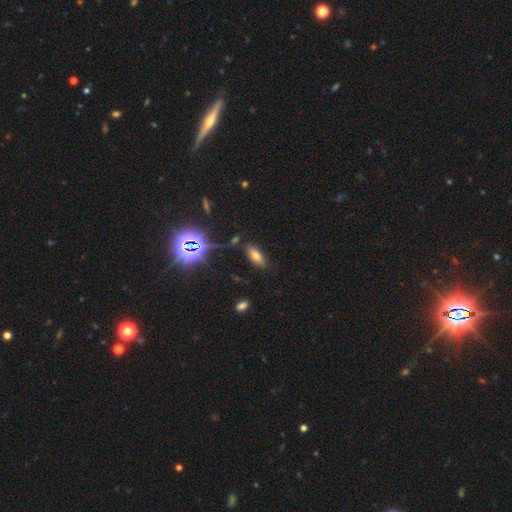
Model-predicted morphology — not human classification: The model was most divided on "smooth or featured": smooth: 63%, star or artifact: 21%, featured or disk: 16%. More confident: merging — none (81%); how rounded — in between (76%).